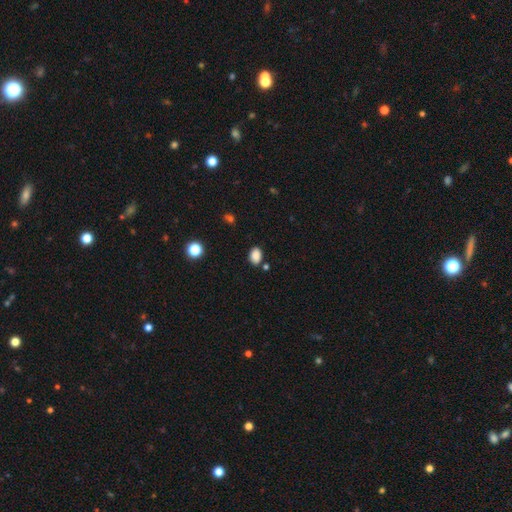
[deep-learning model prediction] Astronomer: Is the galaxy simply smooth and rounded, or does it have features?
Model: smooth — 86%.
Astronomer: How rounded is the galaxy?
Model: in between — 77%.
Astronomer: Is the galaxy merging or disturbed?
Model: none — 79%.